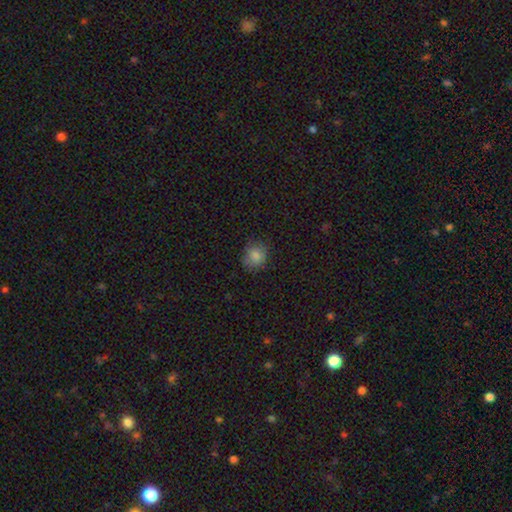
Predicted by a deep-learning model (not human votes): The model was most divided on "how rounded": round: 72%, in between: 27%, cigar-shaped: 1%. More confident: smooth or featured — smooth (83%); merging — none (75%).